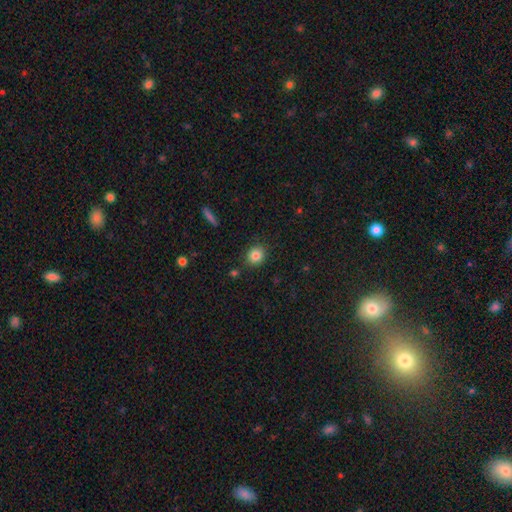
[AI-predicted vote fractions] A smooth galaxy with no disk features (84%) that is round (78%). Merging: none (87%).